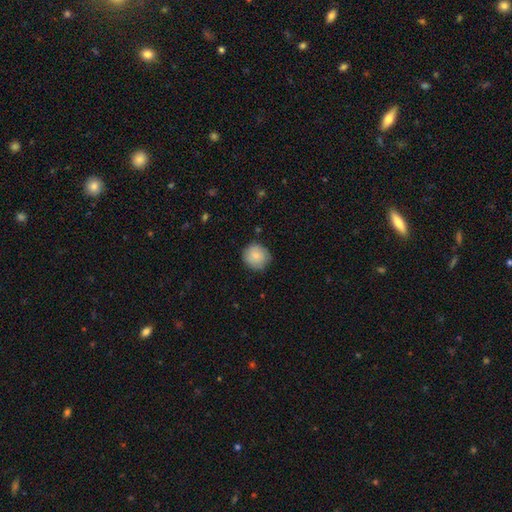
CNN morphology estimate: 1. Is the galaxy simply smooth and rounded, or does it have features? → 81% smooth, 13% featured or disk, 7% star or artifact.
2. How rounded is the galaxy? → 90% round, 9% in between, 1% cigar-shaped.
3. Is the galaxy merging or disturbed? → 79% none, 17% minor disturbance, 3% major disturbance, 1% merger.